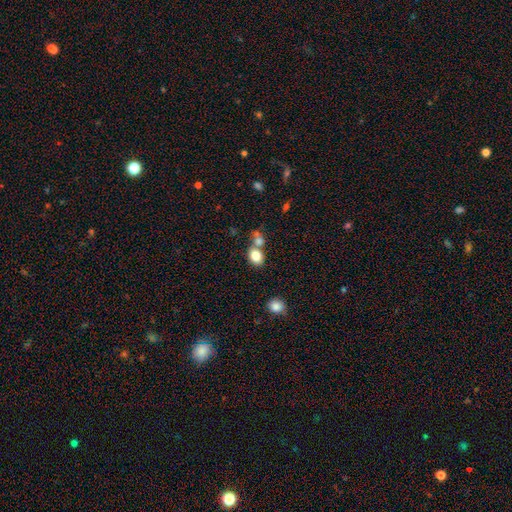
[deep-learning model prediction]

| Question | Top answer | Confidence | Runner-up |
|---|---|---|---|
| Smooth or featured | smooth | 82% | star or artifact (10%) |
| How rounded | in between | 55% | round (44%) |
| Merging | none | 50% | merger (35%) |